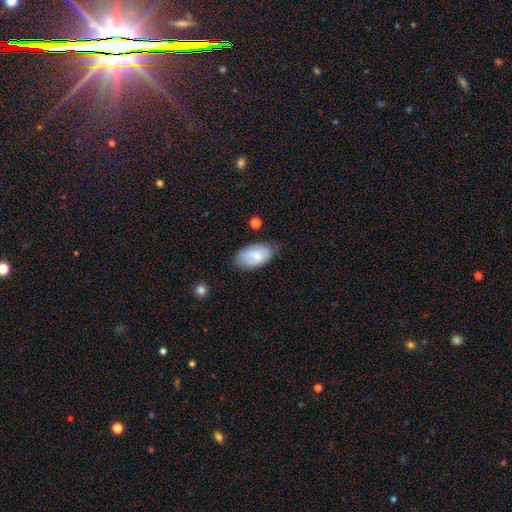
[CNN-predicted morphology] Smooth or featured: smooth — 71% (featured or disk — 23%)
How rounded: in between — 94% (round — 4%)
Merging: none — 74% (minor disturbance — 19%)